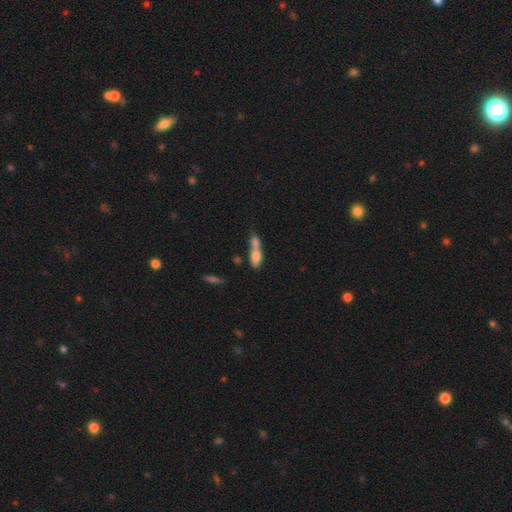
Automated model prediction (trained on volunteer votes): Morphology: type=smooth (71%); roundness=in between (64%); merging=merger (70%).